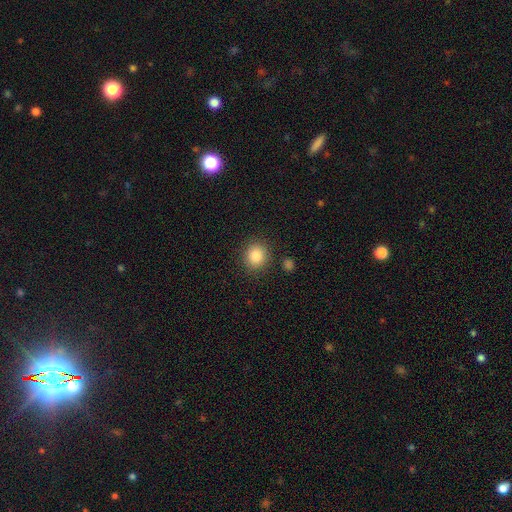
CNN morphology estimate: Smooth or featured? Predicted: smooth (p=0.85). How rounded? Predicted: round (p=0.80). Merging? Predicted: none (p=0.86).